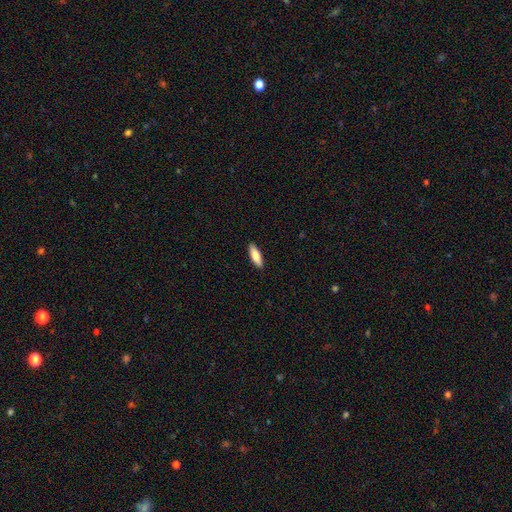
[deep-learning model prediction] The model was most divided on "how rounded": in between: 55%, cigar-shaped: 44%, round: 2%. More confident: merging — none (90%); smooth or featured — smooth (82%).